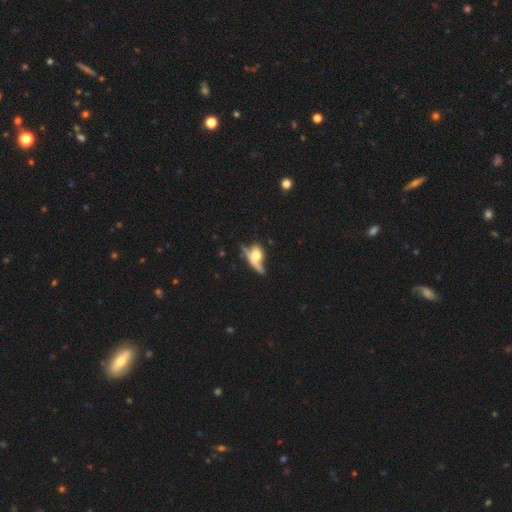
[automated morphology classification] This is marginally a featured or disk galaxy (45%). Merging: marginally none (34%).